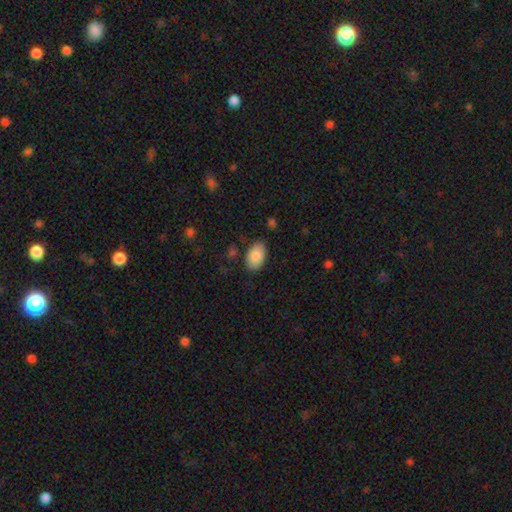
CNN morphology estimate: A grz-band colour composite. It shows a smooth galaxy with no disk features (85%) that is in between round and cigar-shaped (91%). Merging: none (82%).